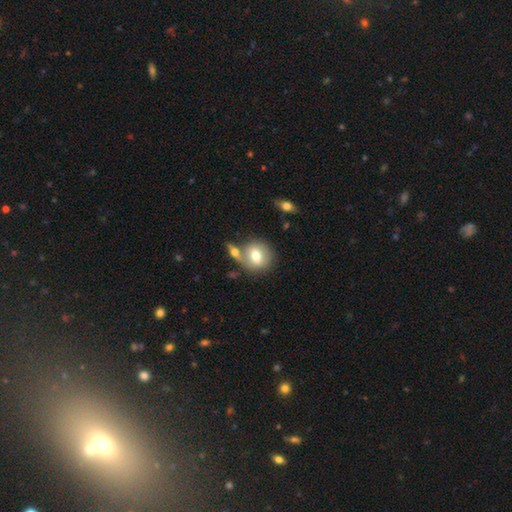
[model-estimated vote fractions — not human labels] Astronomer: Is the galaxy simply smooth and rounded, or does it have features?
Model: smooth — 70%.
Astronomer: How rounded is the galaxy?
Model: round — 78%.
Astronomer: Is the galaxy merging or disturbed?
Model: none — 56%.